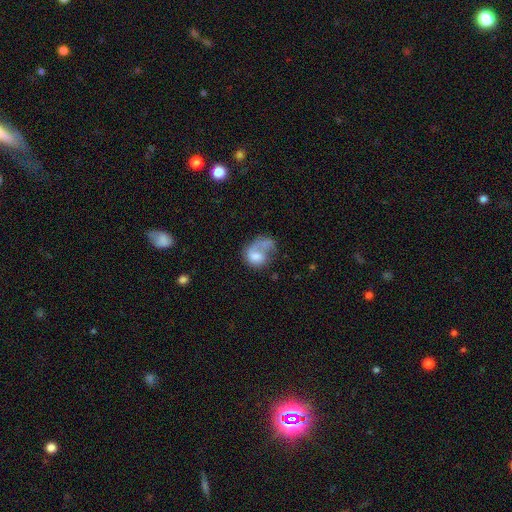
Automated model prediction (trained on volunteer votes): smooth 52%, featured or disk 40%, star or artifact 8%. Down the decision tree: how rounded — in between (58%); merging — major disturbance (41%).